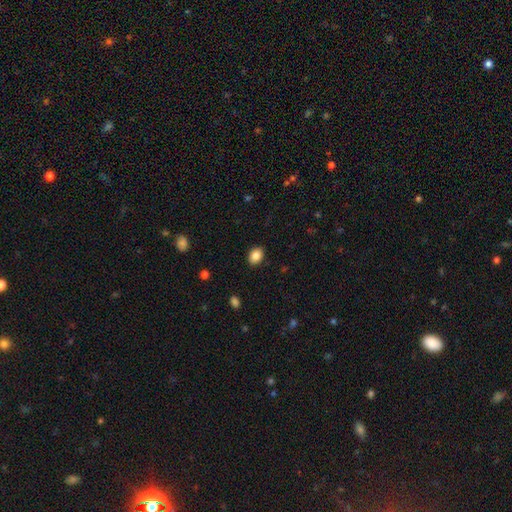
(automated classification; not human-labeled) smooth-or-featured: smooth: 86% | star or artifact: 9% | featured or disk: 5%
  how-rounded: in between: 69% | round: 30% | cigar-shaped: 1%
  merging: none: 89% | minor disturbance: 8% | major disturbance: 2% | merger: 1%